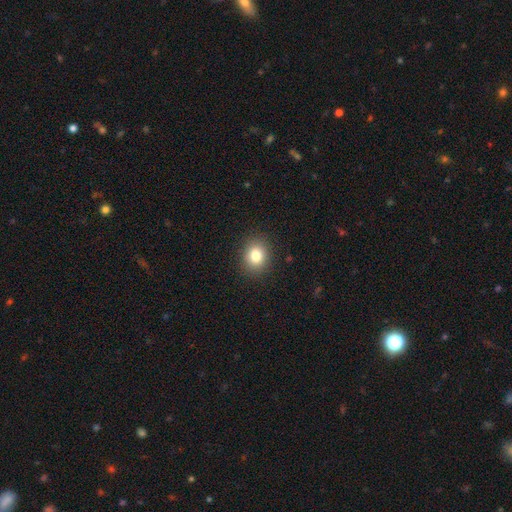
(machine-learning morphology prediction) Smooth or featured? Predicted: smooth (p=0.82). How rounded? Predicted: round (p=0.56). Merging? Predicted: none (p=0.89).